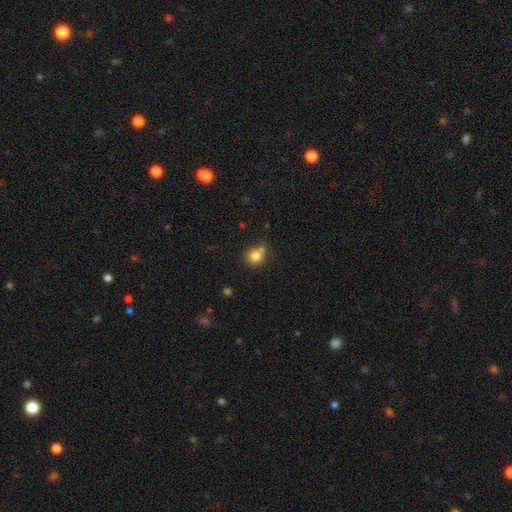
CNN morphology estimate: smooth_or_featured: smooth (p=0.80) [alt: star or artifact p=0.11]
how_rounded: round (p=0.83) [alt: in between p=0.16]
merging: none (p=0.59) [alt: merger p=0.24]